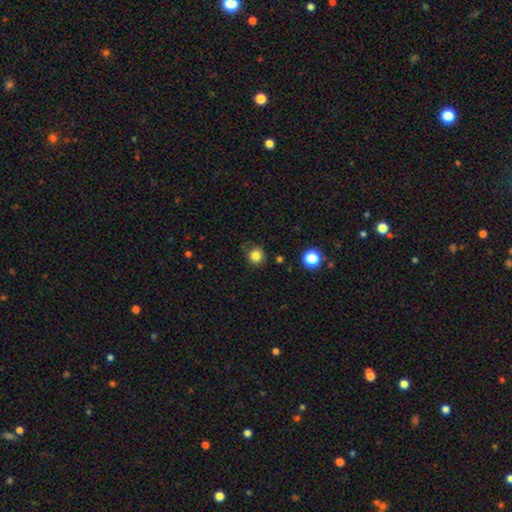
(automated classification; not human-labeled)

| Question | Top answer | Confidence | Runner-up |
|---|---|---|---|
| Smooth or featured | smooth | 83% | star or artifact (12%) |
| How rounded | round | 90% | in between (9%) |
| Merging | none | 82% | minor disturbance (13%) |